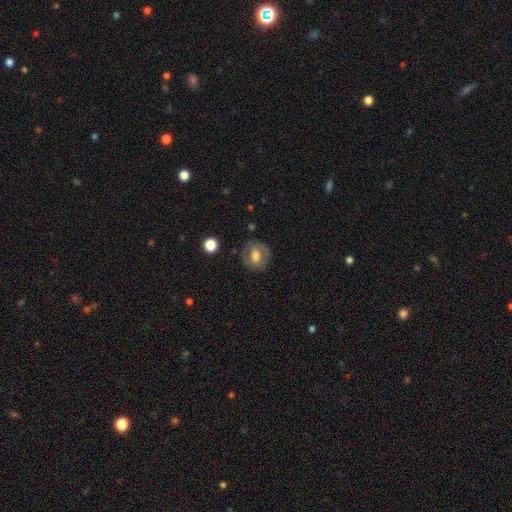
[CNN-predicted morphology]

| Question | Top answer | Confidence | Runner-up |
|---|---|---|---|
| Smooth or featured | smooth | 54% | featured or disk (38%) |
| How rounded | round | 70% | in between (29%) |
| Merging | none | 78% | minor disturbance (14%) |